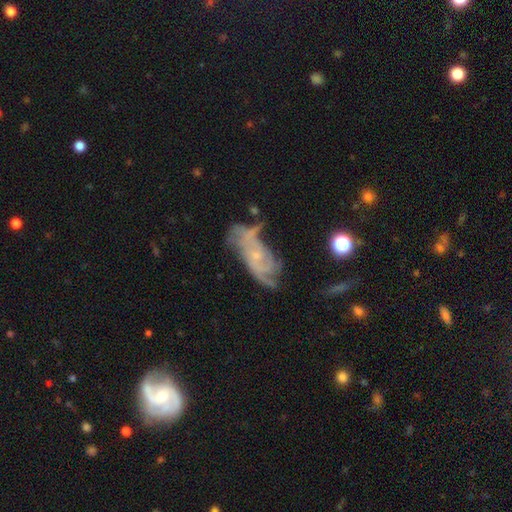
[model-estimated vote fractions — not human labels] smooth_or_featured: featured or disk (p=0.74) [alt: smooth p=0.16]
disk_edge_on: no (p=0.92) [alt: yes p=0.08]
bar: no (p=0.69) [alt: weak p=0.26]
has_spiral_arms: yes (p=0.85) [alt: no p=0.15]
spiral_winding: medium (p=0.40) [tied with: tight p=0.40]
spiral_arm_count: can't tell (p=0.38) [alt: 2 p=0.29]
bulge_size: small (p=0.75) [alt: moderate p=0.17]
merging: none (p=0.44) [alt: minor disturbance p=0.26]